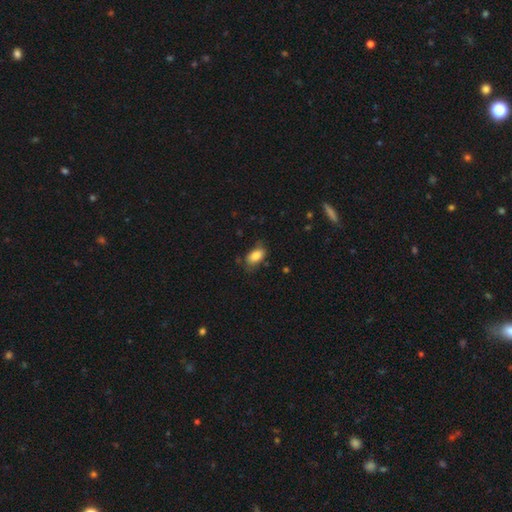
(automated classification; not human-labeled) This appears to be a smooth galaxy with no disk features (84%) that is in between round and cigar-shaped (90%). Merging: none (71%).